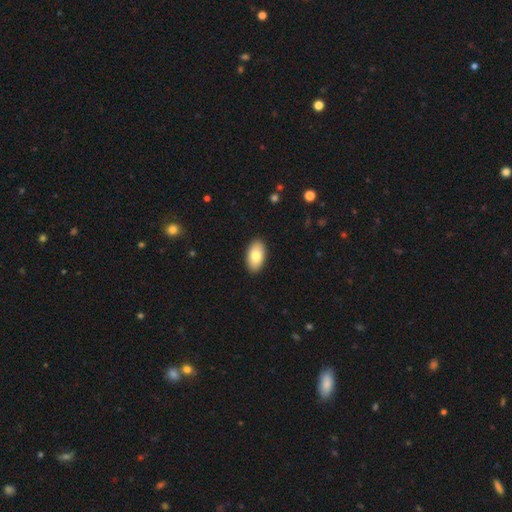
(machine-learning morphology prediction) Smooth or featured? smooth (82%)
How rounded? in between (95%)
Merging? none (90%)